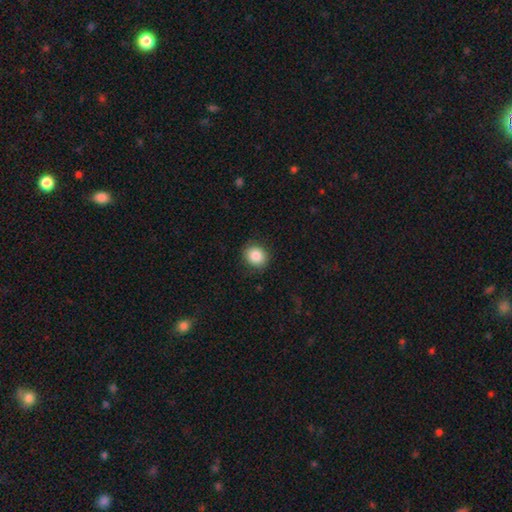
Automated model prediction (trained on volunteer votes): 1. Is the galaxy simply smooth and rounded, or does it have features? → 86% smooth, 9% star or artifact, 6% featured or disk.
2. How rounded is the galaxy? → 78% round, 21% in between, 1% cigar-shaped.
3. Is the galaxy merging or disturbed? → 86% none, 10% minor disturbance, 3% major disturbance, 1% merger.